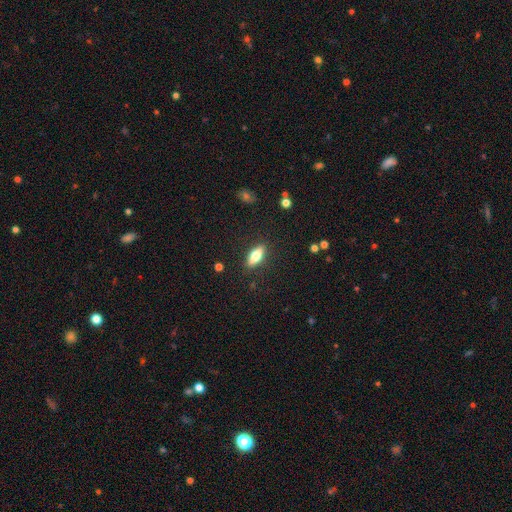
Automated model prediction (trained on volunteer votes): Q: Smooth or featured?
A: smooth (61%); runner-up: featured or disk (32%)
Q: How rounded?
A: in between (62%); runner-up: cigar-shaped (35%)
Q: Merging?
A: none (87%); runner-up: minor disturbance (9%)